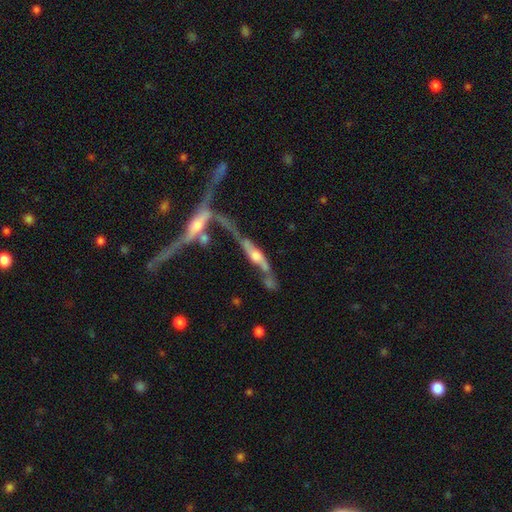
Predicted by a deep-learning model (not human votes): This is likely a featured or disk galaxy (74%). It is likely viewed edge-on (63%). Merging: possibly merger (53%).